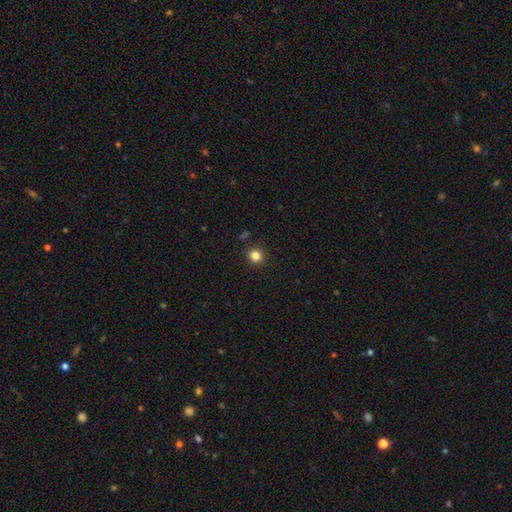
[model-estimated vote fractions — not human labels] Overall: smooth (83%). How rounded: round (91%). Merging: none (91%).